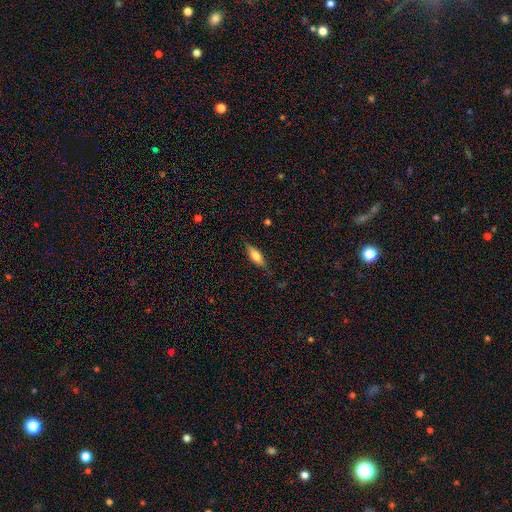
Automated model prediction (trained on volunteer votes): A smooth galaxy with no disk features (56%) that is in between round and cigar-shaped (54%). Merging: none (78%).